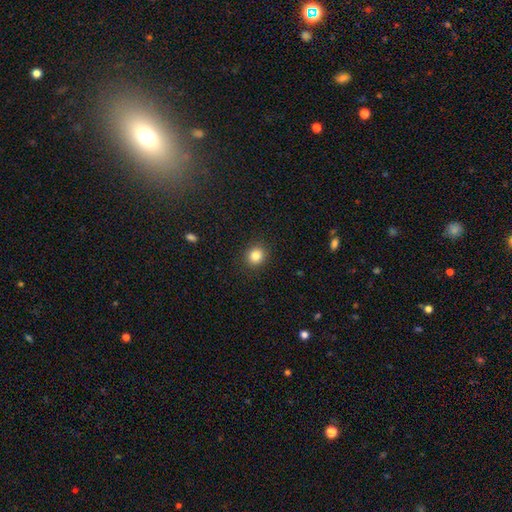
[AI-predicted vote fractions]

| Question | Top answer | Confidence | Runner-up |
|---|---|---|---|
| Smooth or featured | smooth | 85% | star or artifact (11%) |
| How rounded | round | 82% | in between (17%) |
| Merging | none | 90% | minor disturbance (6%) |